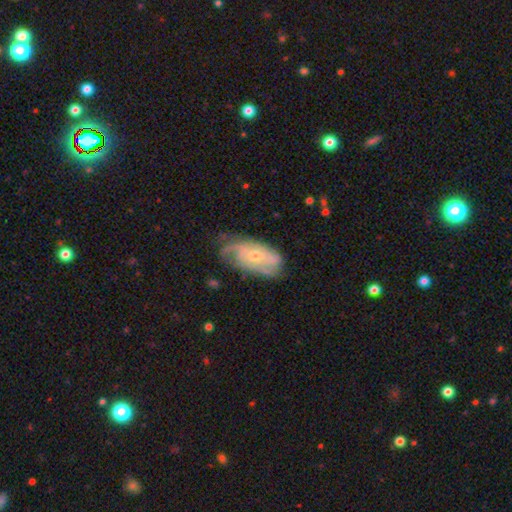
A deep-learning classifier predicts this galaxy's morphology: Smooth or featured? featured or disk (73%)
Edge-on disk? no (93%)
Bar? no (70%)
Spiral arms? yes (87%)
Spiral winding? tight (49%)
Spiral arm count? can't tell (41%)
Bulge size? small (59%)
Merging? none (54%)